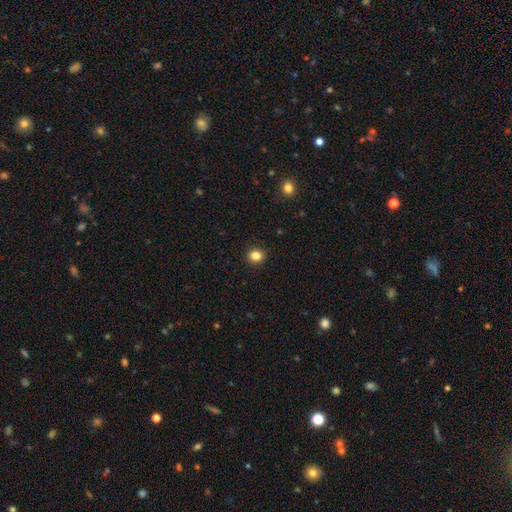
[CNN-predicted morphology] smooth 84%, star or artifact 11%, featured or disk 5%. Down the decision tree: how rounded — round (73%); merging — none (91%).